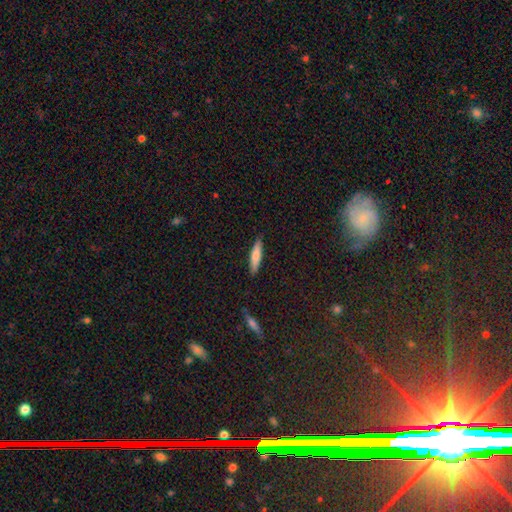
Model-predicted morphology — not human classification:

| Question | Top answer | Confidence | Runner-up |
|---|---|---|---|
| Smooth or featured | smooth | 73% | featured or disk (20%) |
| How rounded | cigar-shaped | 80% | in between (18%) |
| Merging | none | 88% | minor disturbance (9%) |